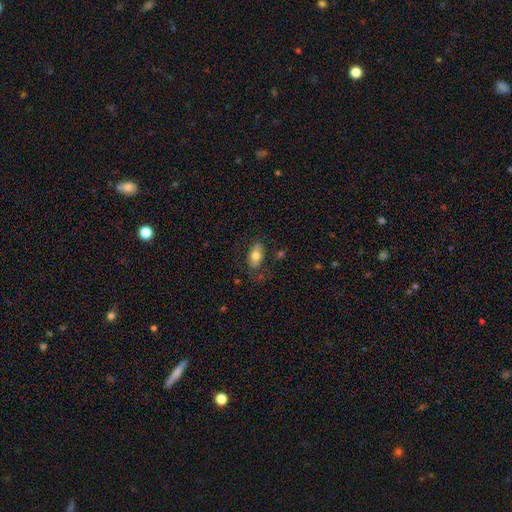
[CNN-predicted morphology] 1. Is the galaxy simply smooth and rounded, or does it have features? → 69% smooth, 25% featured or disk, 7% star or artifact.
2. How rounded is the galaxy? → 90% in between, 7% round, 3% cigar-shaped.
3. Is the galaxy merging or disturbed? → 65% none, 21% minor disturbance, 11% major disturbance, 2% merger.